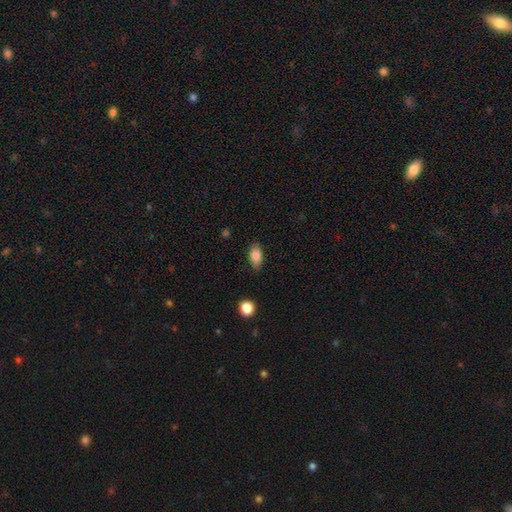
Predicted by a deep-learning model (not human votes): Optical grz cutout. It shows a smooth galaxy with no disk features (84%) that is in between round and cigar-shaped (88%). Merging: none (82%).